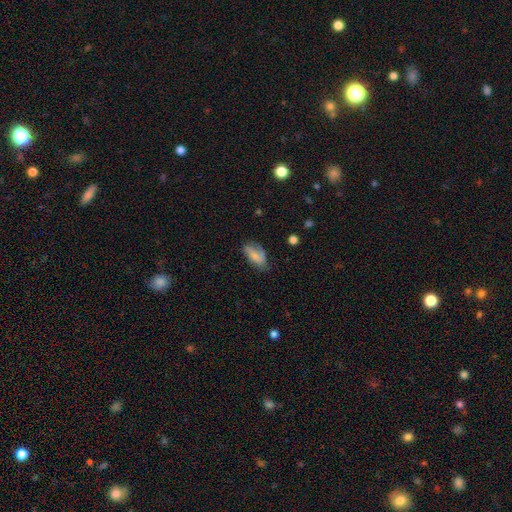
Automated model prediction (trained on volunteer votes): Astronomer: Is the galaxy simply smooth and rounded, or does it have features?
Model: smooth — 69%.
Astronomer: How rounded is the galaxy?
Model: in between — 89%.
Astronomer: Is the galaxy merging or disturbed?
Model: none — 51% (runner-up: minor disturbance, 32%).